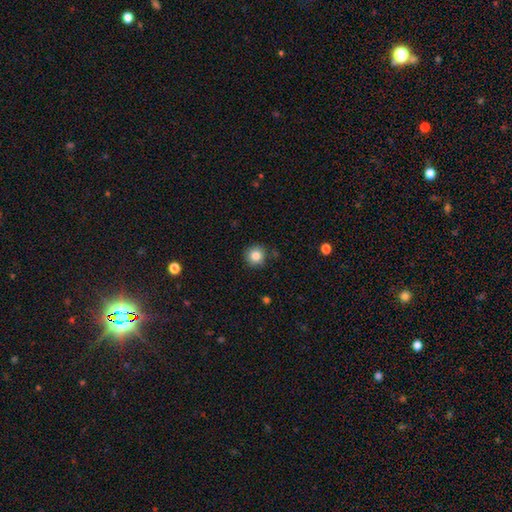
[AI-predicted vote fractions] smooth_or_featured: smooth (p=0.85) [alt: star or artifact p=0.10]
how_rounded: round (p=0.93) [alt: in between p=0.06]
merging: none (p=0.87) [alt: minor disturbance p=0.09]